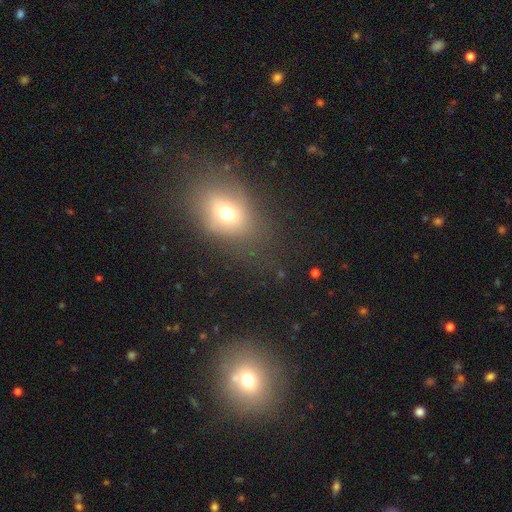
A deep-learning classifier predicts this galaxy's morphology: A smooth galaxy with no disk features (59%) that is in between round and cigar-shaped (63%). Merging: none (78%).